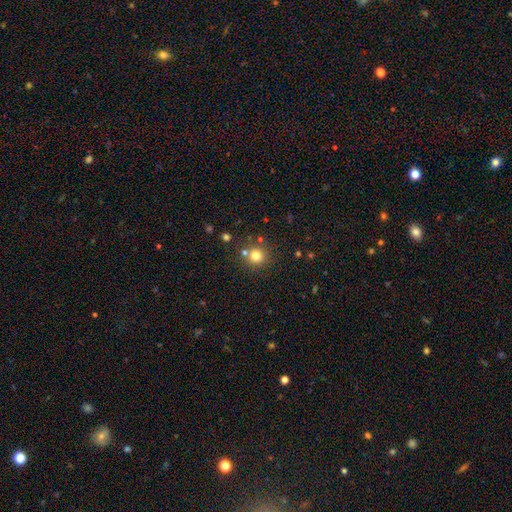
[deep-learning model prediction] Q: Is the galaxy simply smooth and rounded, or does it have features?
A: smooth — 77%.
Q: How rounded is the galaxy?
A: round — 93%.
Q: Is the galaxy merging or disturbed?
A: none — 76%.